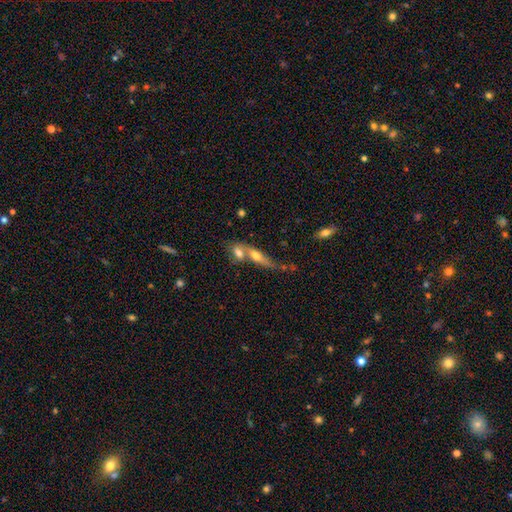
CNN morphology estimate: smooth 58%, featured or disk 33%, star or artifact 9%. Down the decision tree: how rounded — in between (46%); merging — merger (62%).